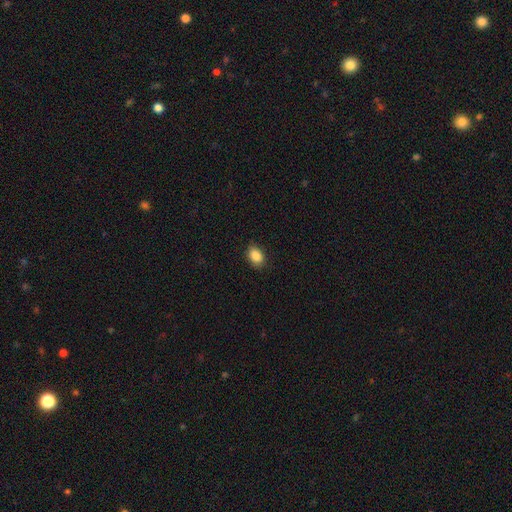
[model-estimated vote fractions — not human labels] Smooth or featured? Predicted: smooth (p=0.87). How rounded? Predicted: in between (p=0.78). Merging? Predicted: none (p=0.86).